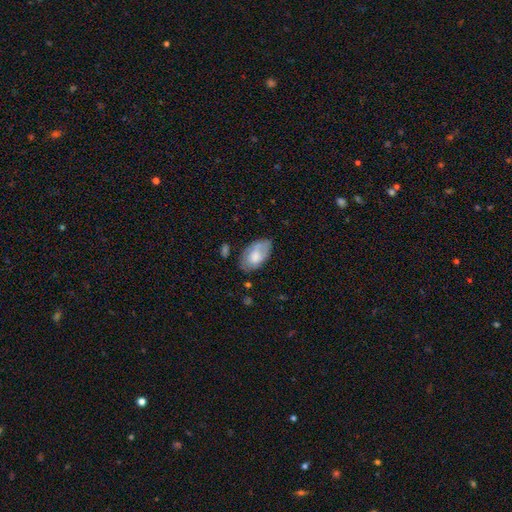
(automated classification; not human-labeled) Q: Smooth or featured?
A: smooth (68%); runner-up: featured or disk (25%)
Q: How rounded?
A: in between (94%); runner-up: round (4%)
Q: Merging?
A: none (64%); runner-up: minor disturbance (26%)